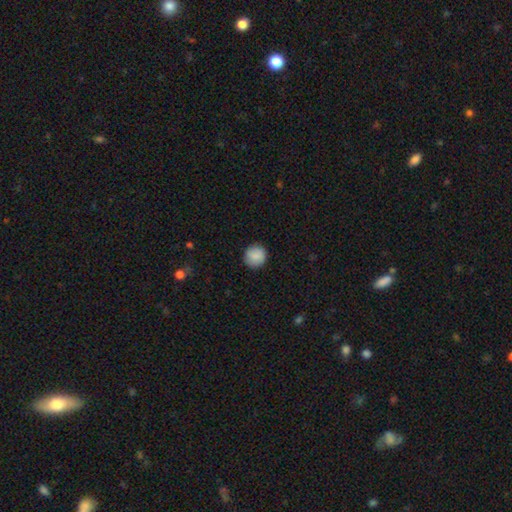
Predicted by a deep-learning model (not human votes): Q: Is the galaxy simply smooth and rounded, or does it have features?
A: smooth — 89%.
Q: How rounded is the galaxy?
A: round — 94%.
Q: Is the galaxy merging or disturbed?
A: none — 90%.